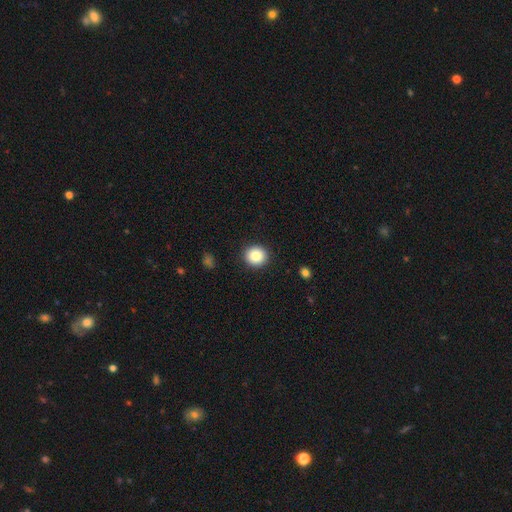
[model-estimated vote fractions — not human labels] smooth 86%, star or artifact 9%, featured or disk 5%. Down the decision tree: how rounded — round (90%); merging — none (91%).